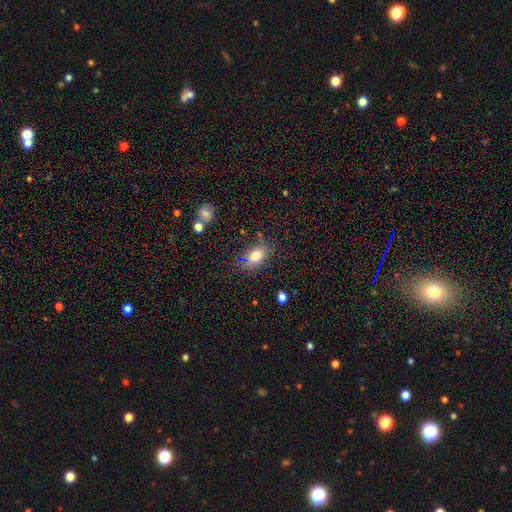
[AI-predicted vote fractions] Morphology: type=smooth (78%); roundness=in between (80%); merging=none (77%).